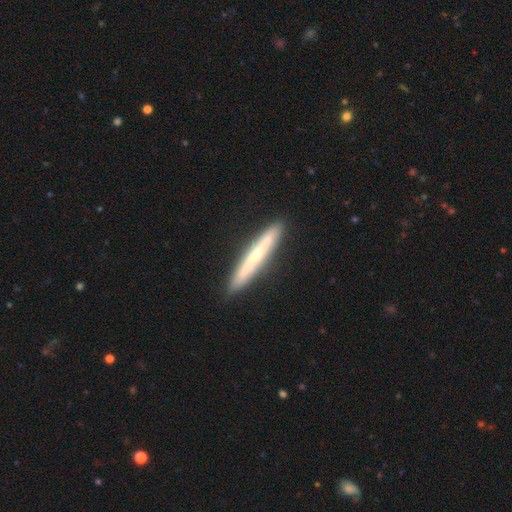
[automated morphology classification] The model was most divided on "smooth or featured": featured or disk: 51%, smooth: 44%, star or artifact: 5%. More confident: edge-on disk — yes (92%); merging — none (90%).